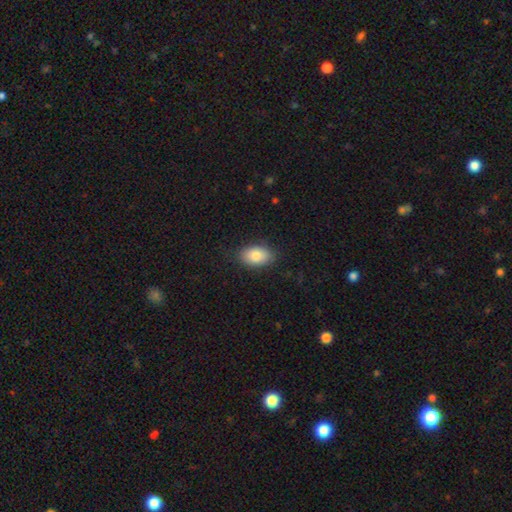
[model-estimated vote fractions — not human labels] Overall: smooth (85%). How rounded: in between (90%). Merging: none (85%).